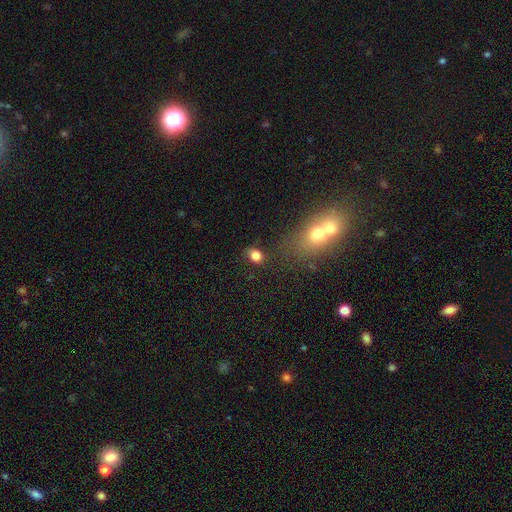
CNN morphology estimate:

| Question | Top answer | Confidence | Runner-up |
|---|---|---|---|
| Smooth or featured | smooth | 83% | star or artifact (12%) |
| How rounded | in between | 58% | round (40%) |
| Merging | none | 75% | minor disturbance (13%) |